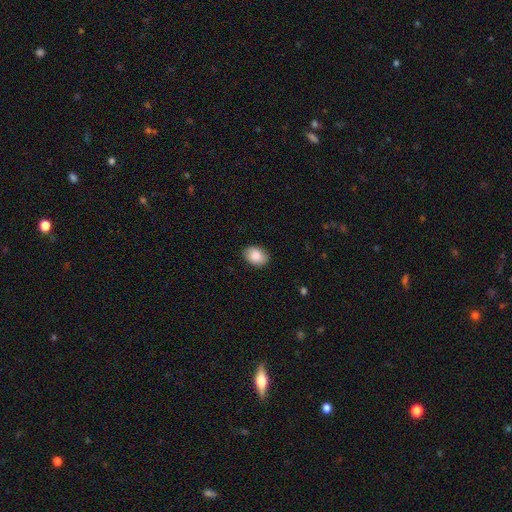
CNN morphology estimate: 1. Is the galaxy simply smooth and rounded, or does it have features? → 88% smooth, 7% star or artifact, 6% featured or disk.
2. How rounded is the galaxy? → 77% in between, 22% round, 1% cigar-shaped.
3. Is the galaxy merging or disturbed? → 88% none, 9% minor disturbance, 2% major disturbance, 1% merger.